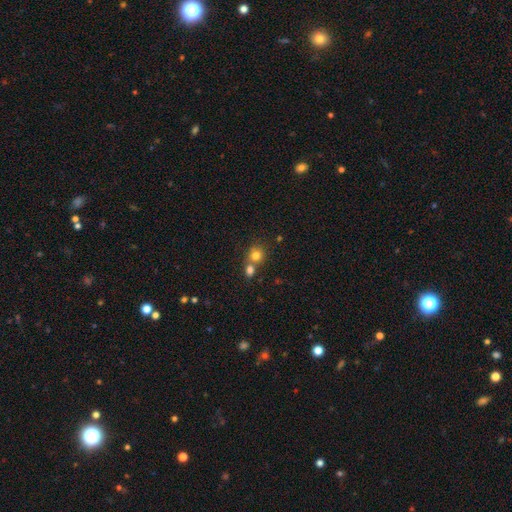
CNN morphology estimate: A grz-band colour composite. It shows a smooth galaxy with no disk features (79%) that is round (84%). Merging: none (48%).